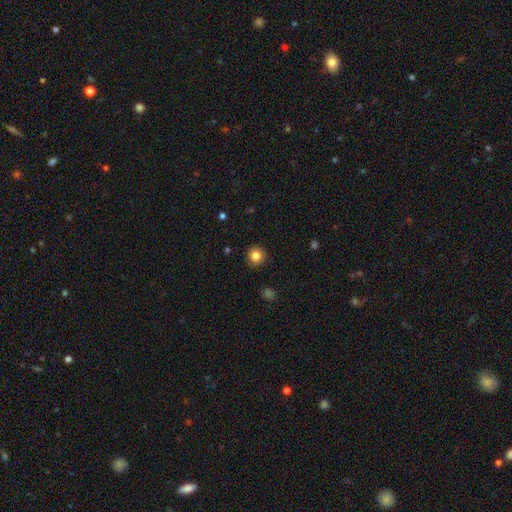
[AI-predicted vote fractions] Smooth or featured? Predicted: smooth (p=0.84). How rounded? Predicted: round (p=0.93). Merging? Predicted: none (p=0.92).